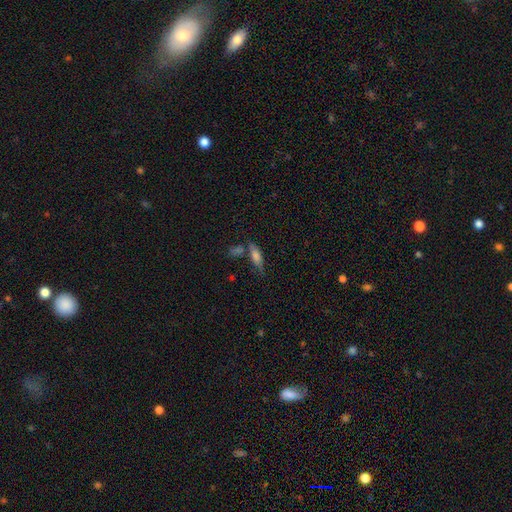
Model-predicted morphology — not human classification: Overall: smooth (62%; featured or disk 28%). How rounded: cigar-shaped (51%; in between 45%). Merging: none (59%).